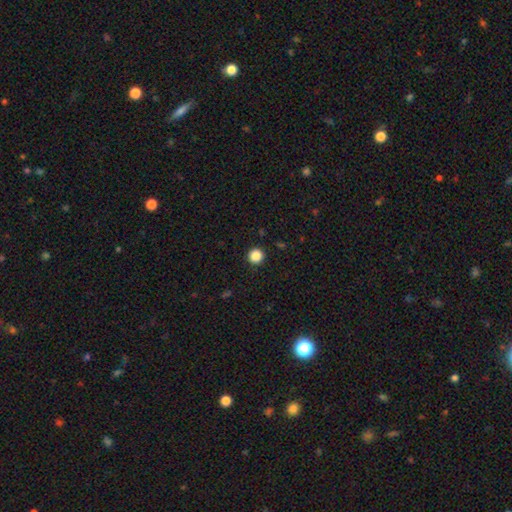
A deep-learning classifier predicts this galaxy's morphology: type=smooth (86%); roundness=round (95%); merging=none (93%).